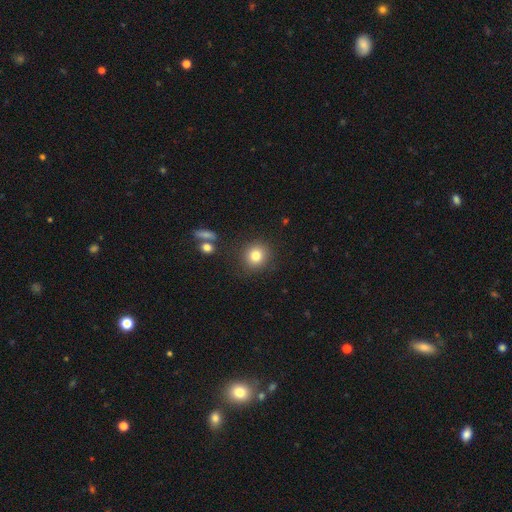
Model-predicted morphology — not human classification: type=smooth (81%); roundness=round (86%); merging=none (86%).